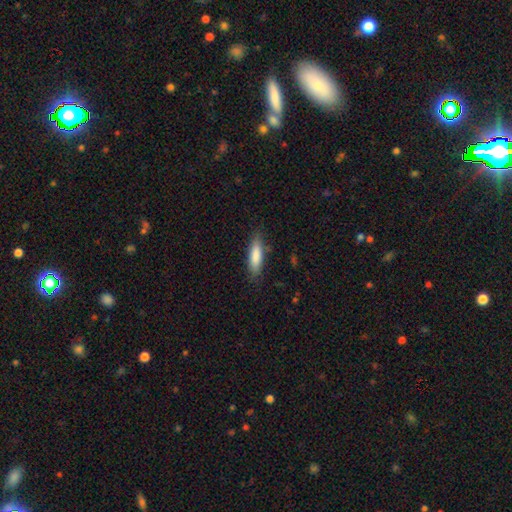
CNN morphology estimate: Q: Smooth or featured?
A: smooth (83%); runner-up: featured or disk (11%)
Q: How rounded?
A: cigar-shaped (55%); runner-up: in between (44%)
Q: Merging?
A: none (79%); runner-up: minor disturbance (16%)